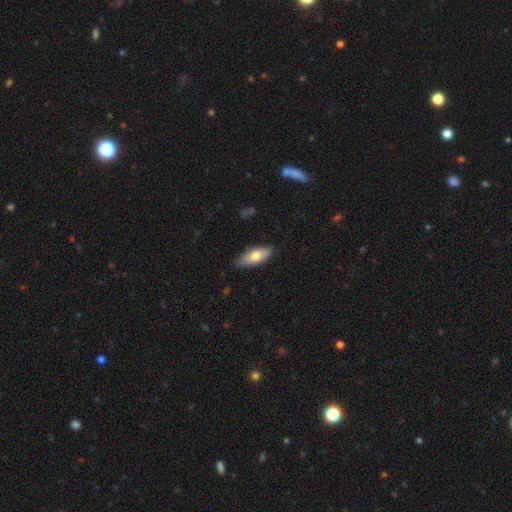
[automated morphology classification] smooth_or_featured: smooth (p=0.72) [alt: featured or disk p=0.22]
how_rounded: in between (p=0.81) [alt: cigar-shaped p=0.17]
merging: none (p=0.82) [alt: minor disturbance p=0.15]